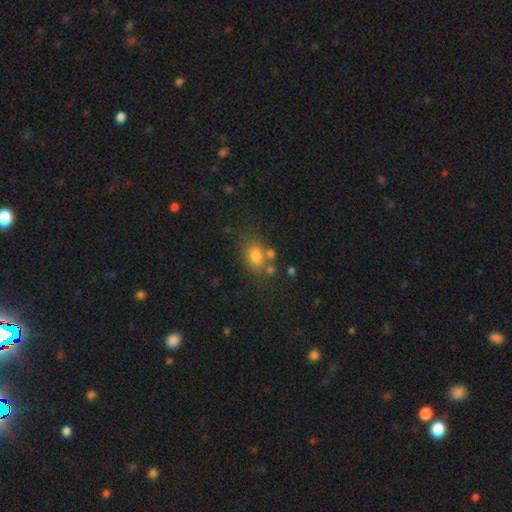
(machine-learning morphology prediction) Overall: smooth (75%). How rounded: in between (65%; round 34%). Merging: none (61%).